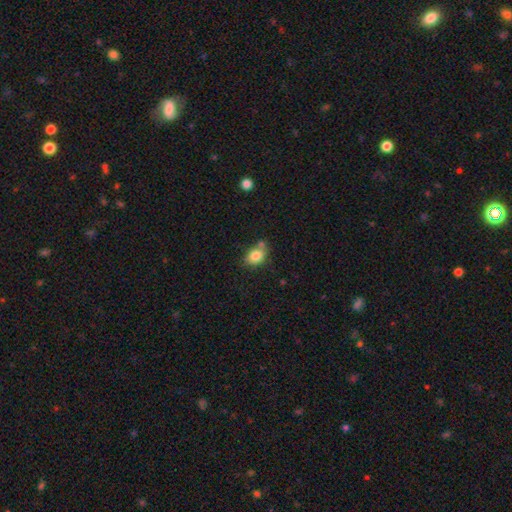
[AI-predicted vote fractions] smooth-or-featured: smooth: 81% | featured or disk: 9% | star or artifact: 9%
  how-rounded: in between: 67% | round: 32% | cigar-shaped: 1%
  merging: none: 53% | minor disturbance: 21% | merger: 20% | major disturbance: 6%